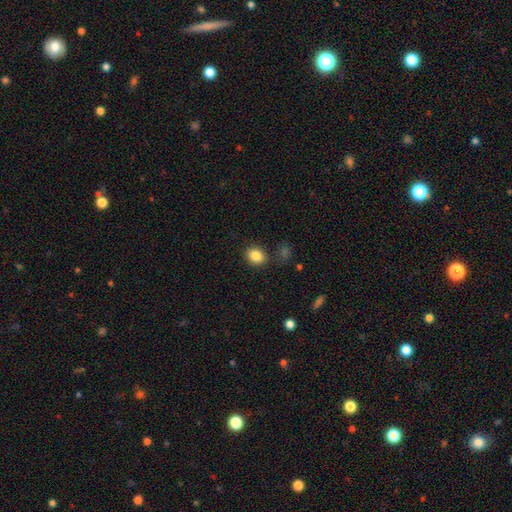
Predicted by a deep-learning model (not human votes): The model was most divided on "how rounded": round: 53%, in between: 46%, cigar-shaped: 1%. More confident: smooth or featured — smooth (86%); merging — none (84%).